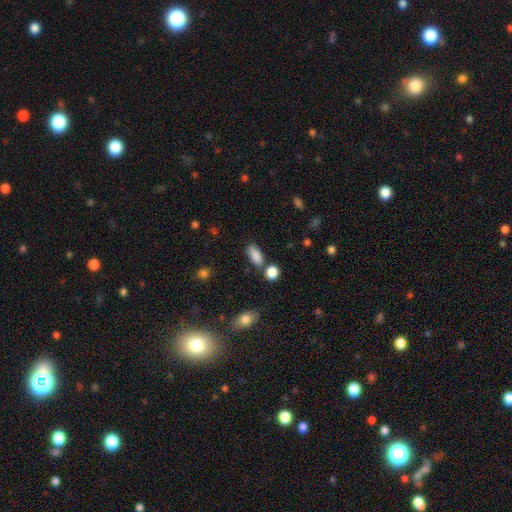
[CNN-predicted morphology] Smooth or featured? Predicted: smooth (p=0.87). How rounded? Predicted: in between (p=0.84). Merging? Predicted: none (p=0.71).